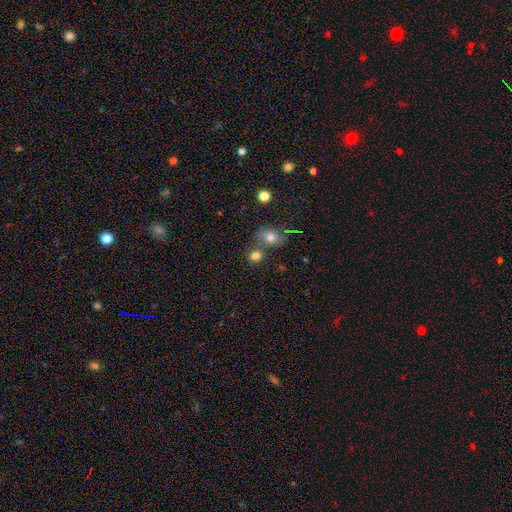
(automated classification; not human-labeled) Smooth or featured? Predicted: smooth (p=0.77). How rounded? Predicted: round (p=0.79). Merging? Predicted: none (p=0.60).